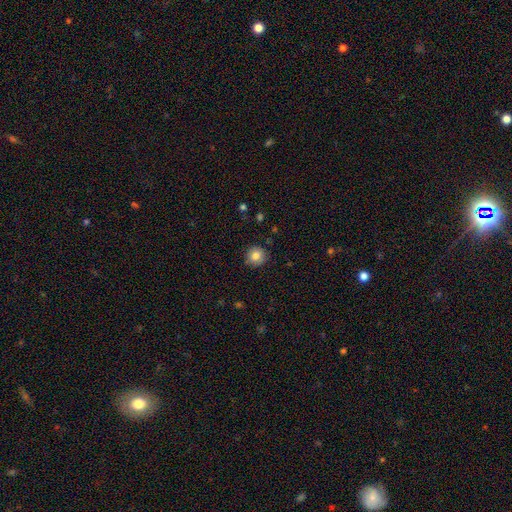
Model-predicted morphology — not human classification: A smooth galaxy with no disk features (83%) that is round (92%). Merging: none (87%).